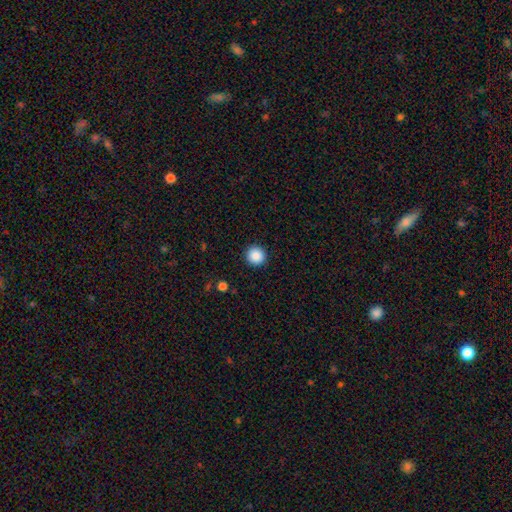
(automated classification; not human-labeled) Smooth or featured: smooth — 88% (star or artifact — 9%)
How rounded: round — 95% (in between — 4%)
Merging: none — 93% (minor disturbance — 5%)